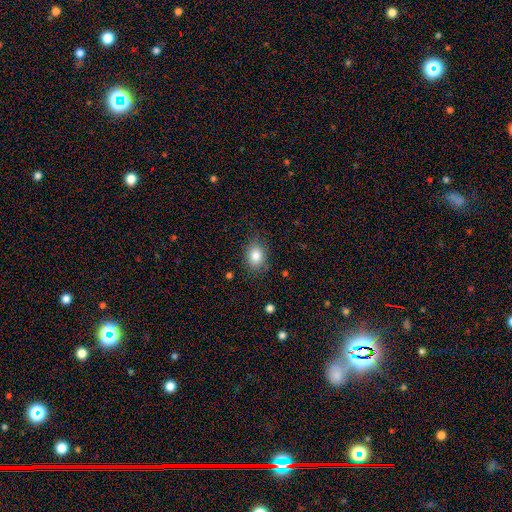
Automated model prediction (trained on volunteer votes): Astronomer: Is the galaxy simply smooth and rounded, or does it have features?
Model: smooth — 83%.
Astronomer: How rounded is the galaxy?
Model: in between — 64%.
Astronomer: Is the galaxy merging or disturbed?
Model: none — 80%.